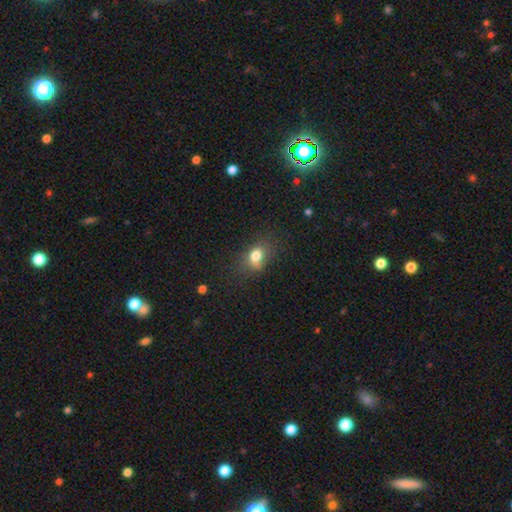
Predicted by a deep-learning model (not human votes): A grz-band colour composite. It shows a smooth galaxy with no disk features (76%) that is in between round and cigar-shaped (66%). Merging: none (54%).